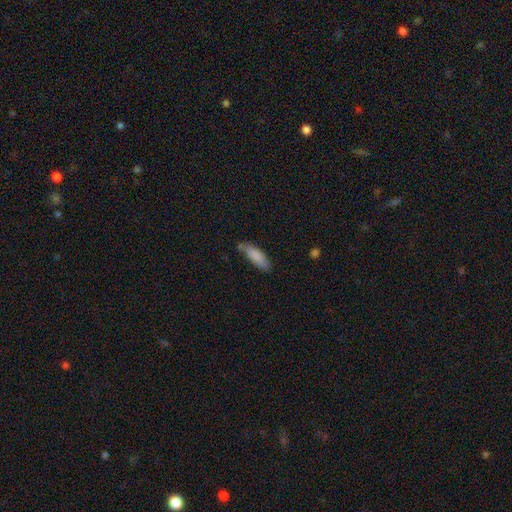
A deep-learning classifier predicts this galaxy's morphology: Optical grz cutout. It shows a smooth galaxy with no disk features (85%) that is in between round and cigar-shaped (52%). Merging: none (62%).